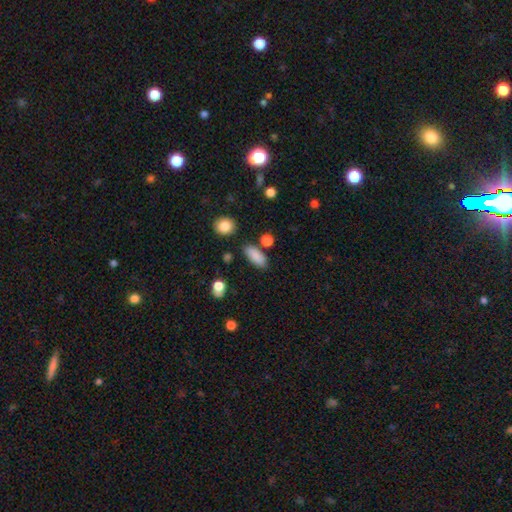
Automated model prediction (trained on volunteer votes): This appears to be a smooth galaxy with no disk features (86%) that is in between round and cigar-shaped (80%). Merging: none (79%).